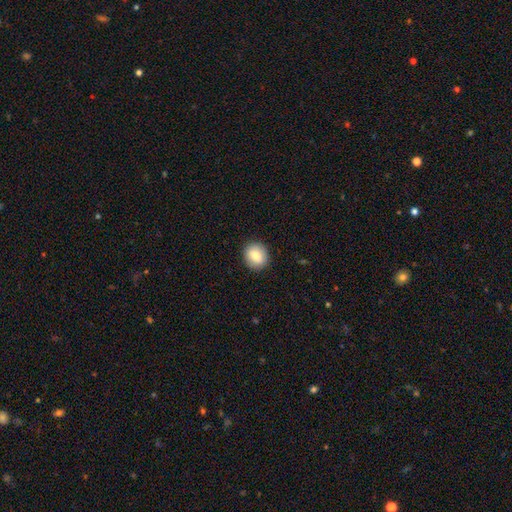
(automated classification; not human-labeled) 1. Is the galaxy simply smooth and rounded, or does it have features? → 82% smooth, 10% featured or disk, 8% star or artifact.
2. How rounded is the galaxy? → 74% round, 25% in between, 1% cigar-shaped.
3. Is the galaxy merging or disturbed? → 89% none, 8% minor disturbance, 2% major disturbance, 1% merger.